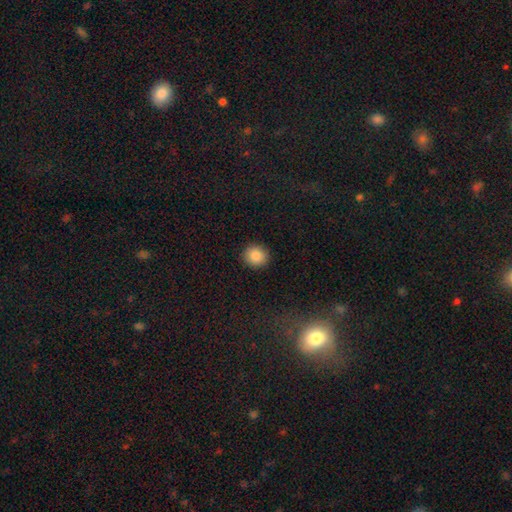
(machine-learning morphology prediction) smooth_or_featured: smooth (p=0.87) [alt: star or artifact p=0.09]
how_rounded: round (p=0.87) [alt: in between p=0.12]
merging: none (p=0.92) [alt: minor disturbance p=0.06]